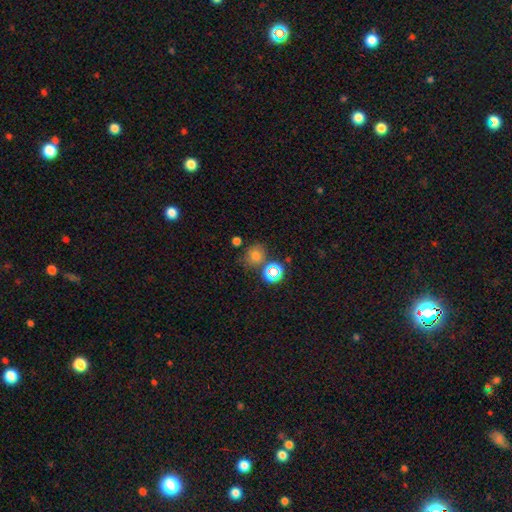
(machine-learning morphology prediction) Smooth or featured? smooth (68%)
How rounded? round (70%)
Merging? none (67%)